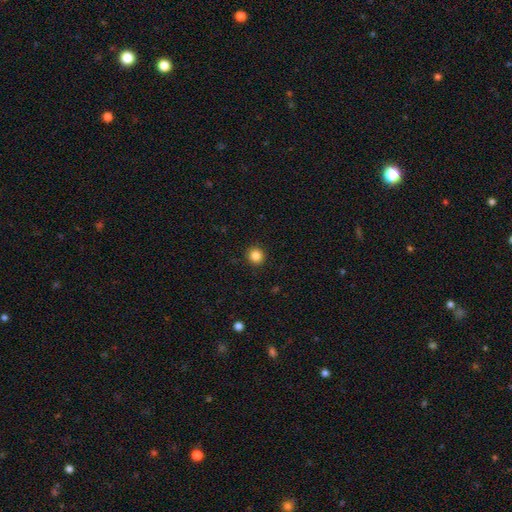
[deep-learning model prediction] Overall: smooth (85%). How rounded: round (93%). Merging: none (92%).